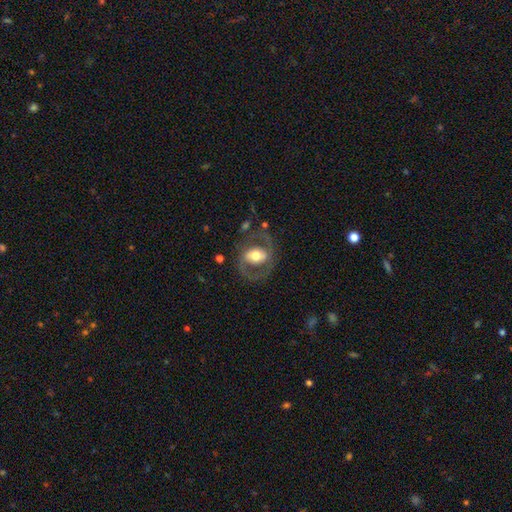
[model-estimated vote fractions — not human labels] A featured or disk galaxy (67%) with no bar (42%), spiral arms (61%) and a moderate central bulge (61%).

Vote fractions:
- Smooth or featured? featured or disk: 67% / smooth: 27% / star or artifact: 6%
- Edge-on disk? no: 95% / yes: 5%
- Bar? no: 42% / weak: 33% / strong: 25%
- Spiral arms? yes: 61% / no: 39%
- Bulge size? moderate: 61% / large: 27% / small: 8% / dominant: 3% / none: 1%
- Merging? none: 68% / minor disturbance: 15% / major disturbance: 15% / merger: 2%